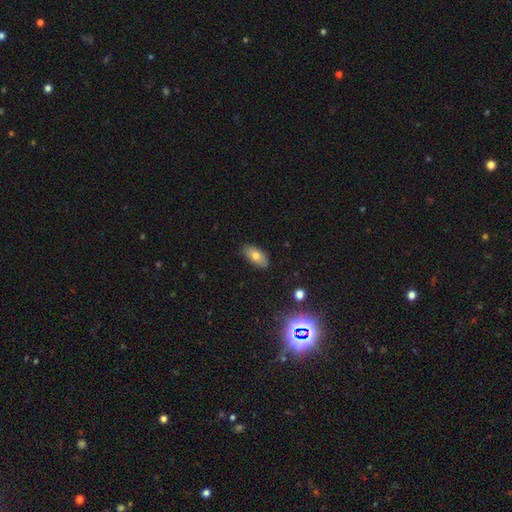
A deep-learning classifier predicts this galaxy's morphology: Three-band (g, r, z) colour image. It shows a smooth galaxy with no disk features (74%) that is in between round and cigar-shaped (89%). Merging: none (85%).